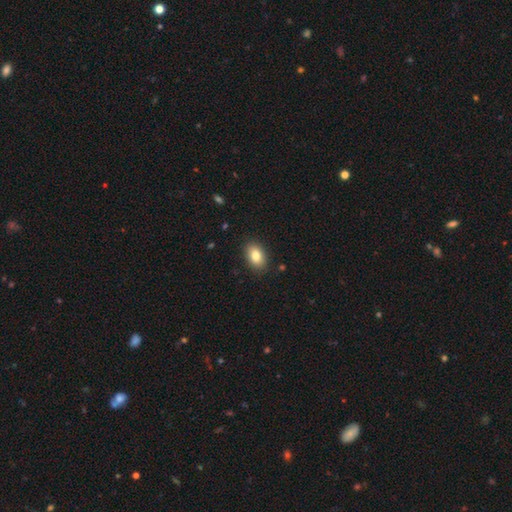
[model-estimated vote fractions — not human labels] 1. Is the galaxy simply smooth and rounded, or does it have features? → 83% smooth, 9% featured or disk, 8% star or artifact.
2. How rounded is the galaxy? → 88% in between, 11% round, 2% cigar-shaped.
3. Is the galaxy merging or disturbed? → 88% none, 9% minor disturbance, 2% major disturbance, 1% merger.